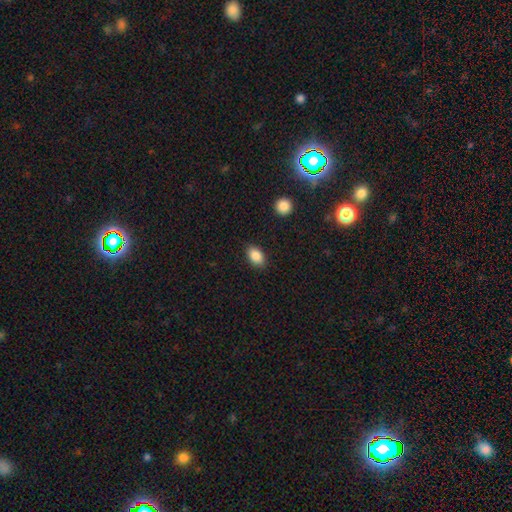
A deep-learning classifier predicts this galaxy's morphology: Smooth or featured? smooth (86%)
How rounded? in between (88%)
Merging? none (87%)